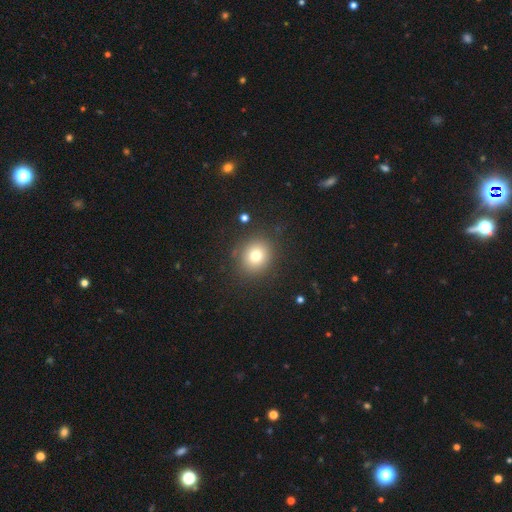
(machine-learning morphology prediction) Smooth or featured? smooth (76%)
How rounded? round (79%)
Merging? none (87%)